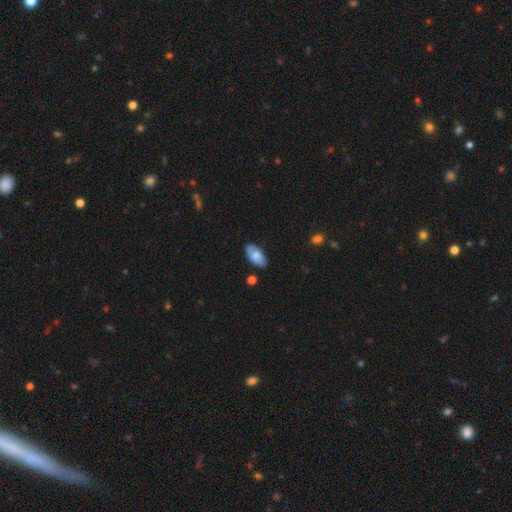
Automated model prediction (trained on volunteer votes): Smooth or featured? Predicted: smooth (p=0.74). How rounded? Predicted: in between (p=0.94). Merging? Predicted: none (p=0.81).